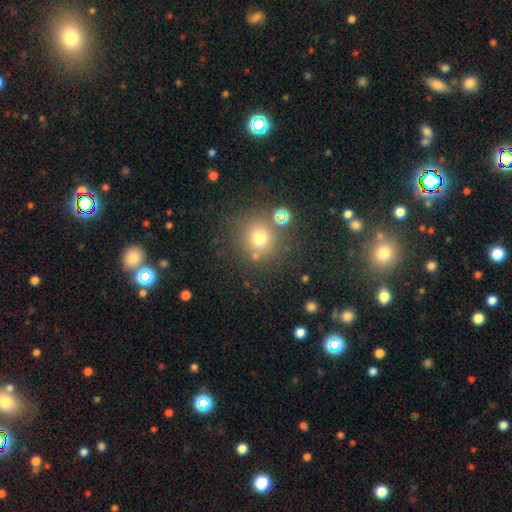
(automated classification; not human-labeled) Smooth or featured: smooth — 68% (star or artifact — 23%)
How rounded: round — 91% (in between — 8%)
Merging: none — 81% (minor disturbance — 9%)